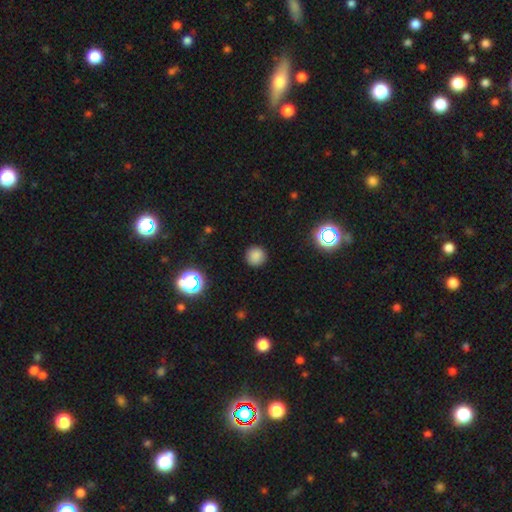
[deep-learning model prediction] smooth-or-featured: smooth: 81% | star or artifact: 15% | featured or disk: 4%
  how-rounded: round: 95% | in between: 4% | cigar-shaped: 1%
  merging: none: 91% | minor disturbance: 6% | major disturbance: 2% | merger: 1%